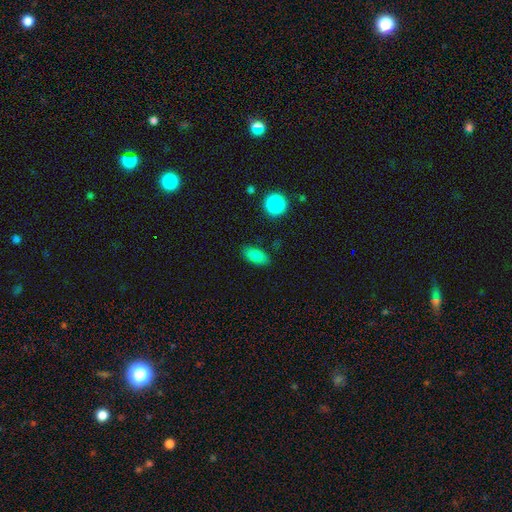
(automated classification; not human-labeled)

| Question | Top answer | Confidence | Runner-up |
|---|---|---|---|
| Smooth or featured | smooth | 83% | star or artifact (10%) |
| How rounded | in between | 87% | cigar-shaped (7%) |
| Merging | none | 85% | minor disturbance (11%) |